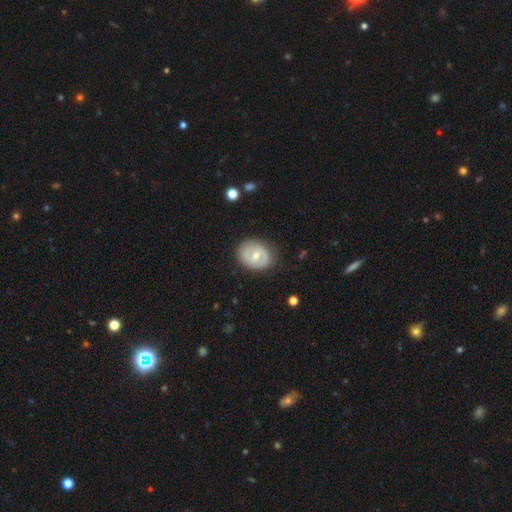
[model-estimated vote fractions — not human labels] Smooth or featured?
  - featured or disk: 53% *
  - smooth: 41%
  - star or artifact: 6%
Edge-on disk?
  - no: 96% *
  - yes: 4%
Bar?
  - weak: 48% *
  - no: 33%
  - strong: 18%
Spiral arms?
  - no: 54% *
  - yes: 46%
Bulge size?
  - moderate: 59% *
  - small: 35%
  - large: 3%
  - none: 2%
  - dominant: 1%
Merging?
  - none: 78% *
  - minor disturbance: 16%
  - major disturbance: 5%
  - merger: 1%